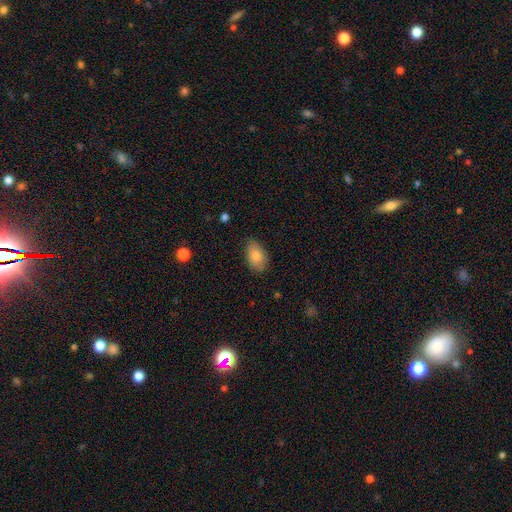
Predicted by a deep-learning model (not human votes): Smooth or featured?
  - smooth: 81% *
  - featured or disk: 12%
  - star or artifact: 7%
How rounded?
  - in between: 90% *
  - round: 9%
  - cigar-shaped: 2%
Merging?
  - none: 75% *
  - minor disturbance: 21%
  - major disturbance: 3%
  - merger: 1%